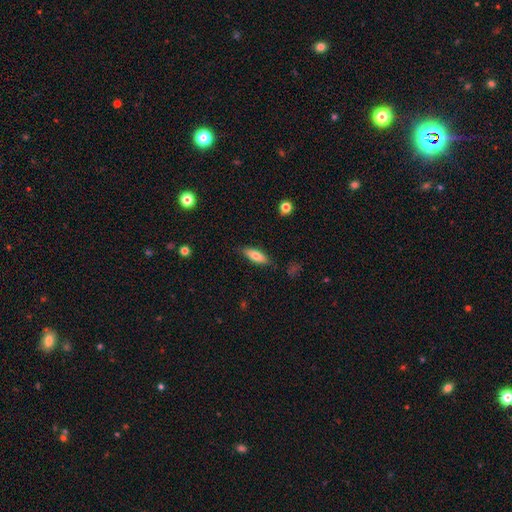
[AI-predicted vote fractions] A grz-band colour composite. It shows a smooth galaxy with no disk features (76%) that is in between round and cigar-shaped (60%). Merging: none (83%).